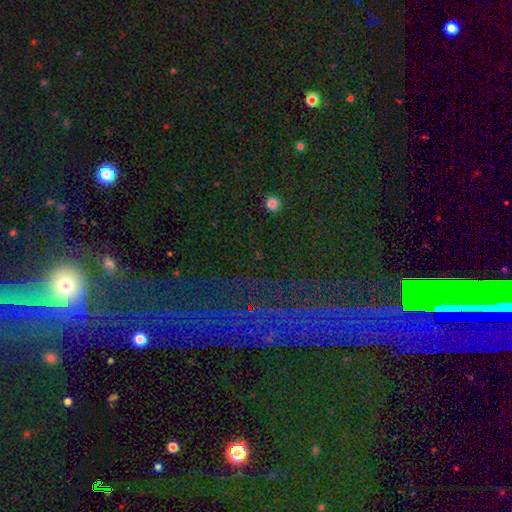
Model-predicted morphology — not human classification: smooth-or-featured: star or artifact: 62% | featured or disk: 20% | smooth: 18%